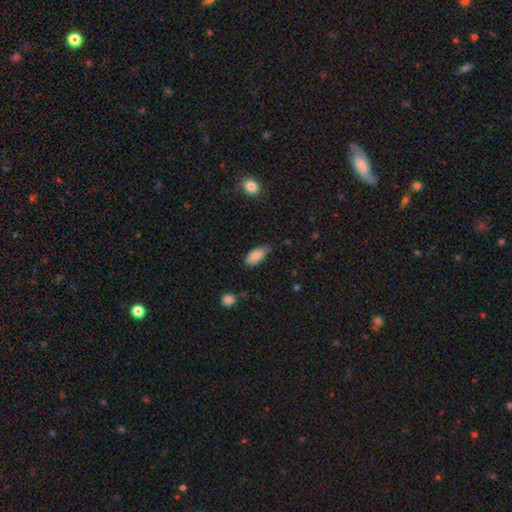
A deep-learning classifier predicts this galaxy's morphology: This appears to be a smooth galaxy with no disk features (87%) that is in between round and cigar-shaped (92%). Merging: none (70%).